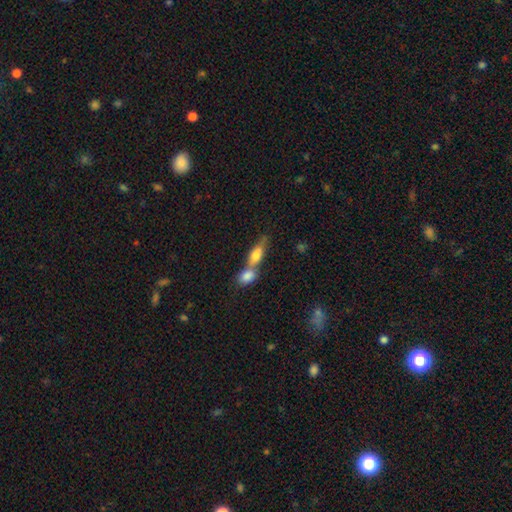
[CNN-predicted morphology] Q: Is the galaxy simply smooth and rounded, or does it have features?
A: smooth — 69%.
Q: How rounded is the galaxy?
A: in between — 66%.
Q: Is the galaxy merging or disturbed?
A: merger — 65%.